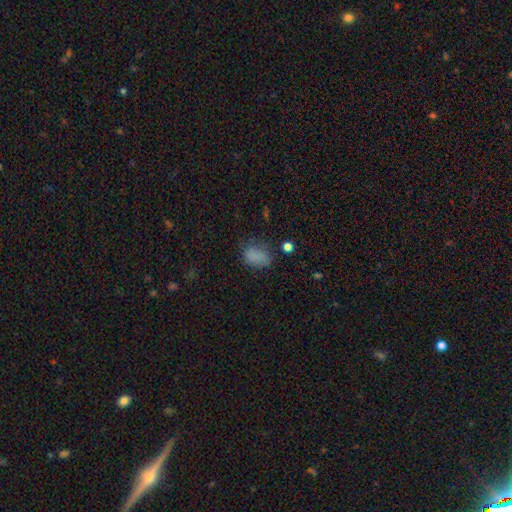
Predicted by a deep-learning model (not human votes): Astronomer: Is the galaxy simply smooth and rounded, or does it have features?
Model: smooth — 79%.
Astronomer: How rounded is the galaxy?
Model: in between — 79%.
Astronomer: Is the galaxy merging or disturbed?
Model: none — 59%.